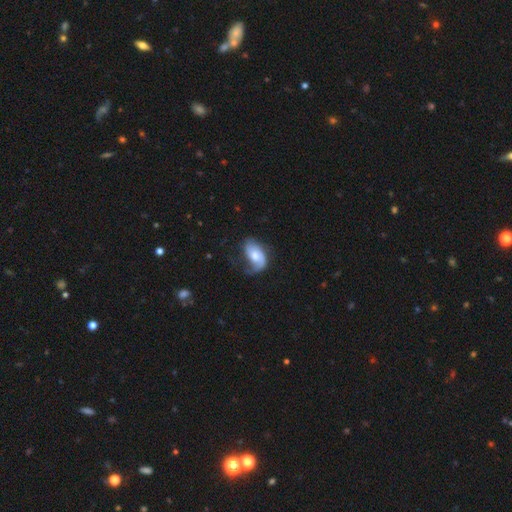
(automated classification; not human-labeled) Q: Smooth or featured?
A: featured or disk (58%); runner-up: smooth (35%)
Q: Edge-on disk?
A: no (95%); runner-up: yes (5%)
Q: Bar?
A: no (65%); runner-up: weak (28%)
Q: Spiral arms?
A: yes (87%); runner-up: no (13%)
Q: Bulge size?
A: moderate (61%); runner-up: small (19%)
Q: Merging?
A: none (42%); runner-up: minor disturbance (29%)